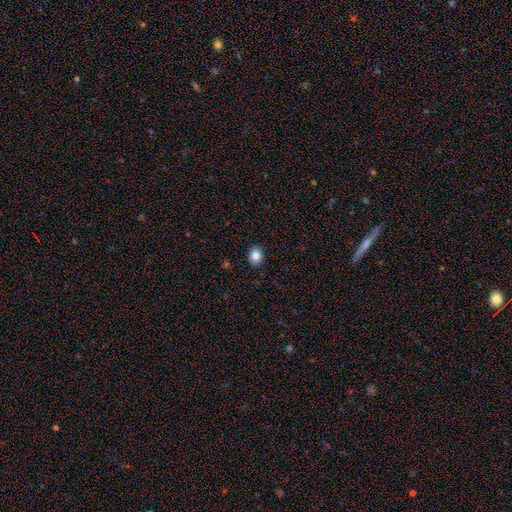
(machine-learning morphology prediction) Smooth or featured: smooth — 84% (star or artifact — 9%)
How rounded: in between — 58% (round — 41%)
Merging: none — 90% (minor disturbance — 7%)